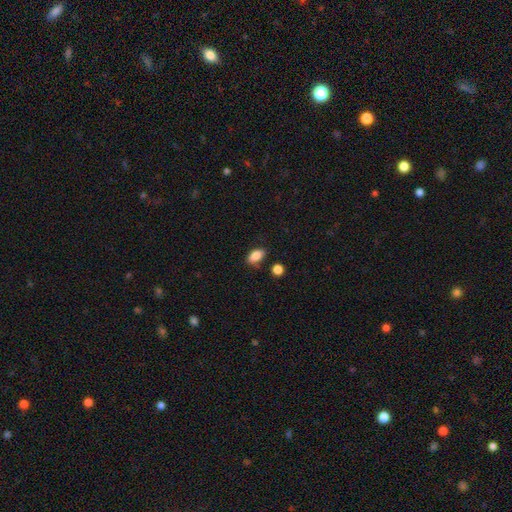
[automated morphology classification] A smooth galaxy with no disk features (86%) that is in between round and cigar-shaped (89%).

Vote fractions:
- Smooth or featured? smooth: 86% / star or artifact: 8% / featured or disk: 6%
- How rounded? in between: 89% / round: 8% / cigar-shaped: 4%
- Merging? none: 79% / minor disturbance: 14% / merger: 4% / major disturbance: 3%